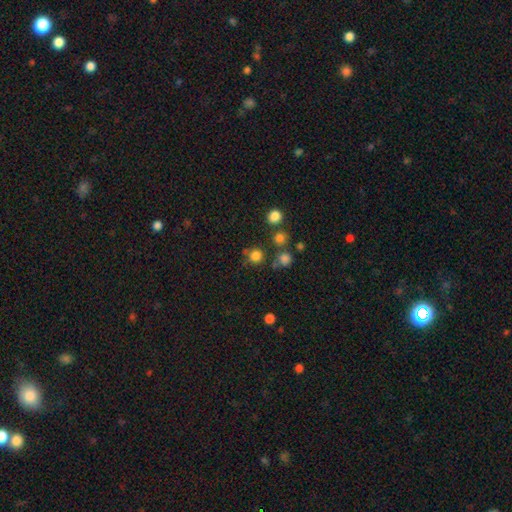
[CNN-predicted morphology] A smooth galaxy with no disk features (78%) that is round (91%).

Vote fractions:
- Smooth or featured? smooth: 78% / star or artifact: 16% / featured or disk: 6%
- How rounded? round: 91% / in between: 8% / cigar-shaped: 1%
- Merging? none: 74% / merger: 11% / minor disturbance: 10% / major disturbance: 5%